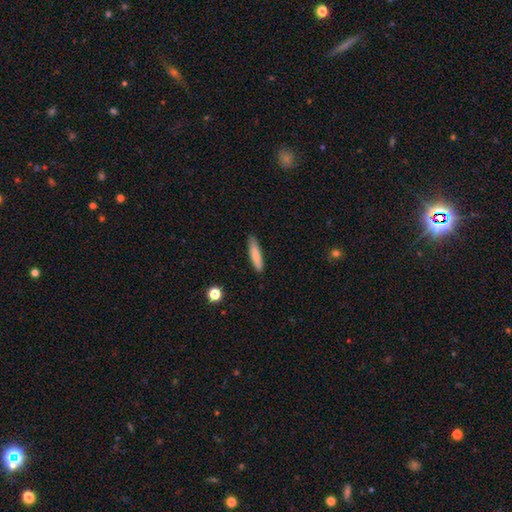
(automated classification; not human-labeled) smooth_or_featured: smooth (p=0.79) [alt: featured or disk p=0.14]
how_rounded: cigar-shaped (p=0.82) [alt: in between p=0.16]
merging: none (p=0.86) [alt: minor disturbance p=0.11]